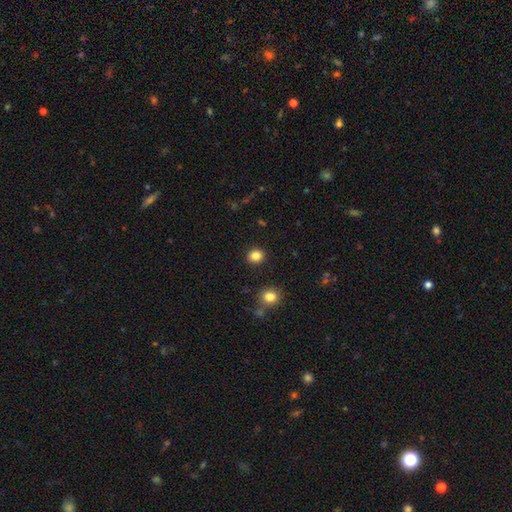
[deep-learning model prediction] This is clearly a smooth galaxy (85%). How rounded: clearly round (83%). Merging: clearly none (90%).